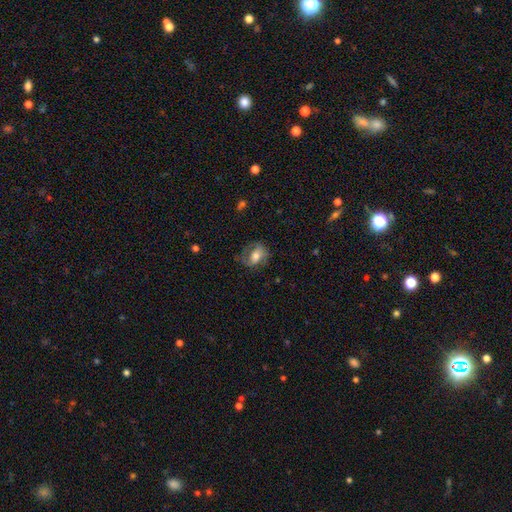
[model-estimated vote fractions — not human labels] A featured or disk galaxy (49%). Merging: none (53%).